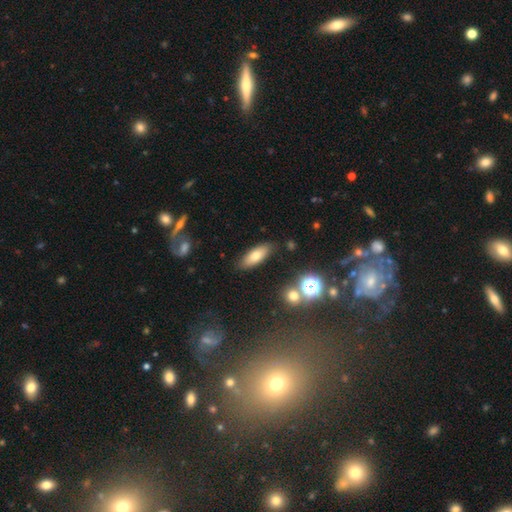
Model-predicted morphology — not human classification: The model was most divided on "how rounded": in between: 70%, cigar-shaped: 27%, round: 3%. More confident: merging — none (84%); smooth or featured — smooth (73%).